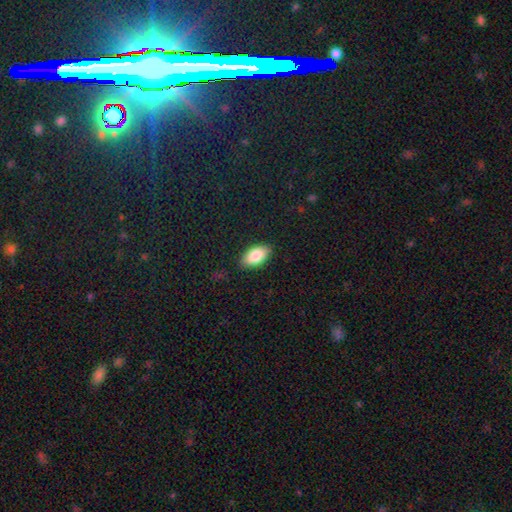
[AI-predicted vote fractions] A smooth galaxy with no disk features (86%) that is in between round and cigar-shaped (94%).

Vote fractions:
- Smooth or featured? smooth: 86% / featured or disk: 8% / star or artifact: 7%
- How rounded? in between: 94% / round: 4% / cigar-shaped: 2%
- Merging? none: 87% / minor disturbance: 10% / major disturbance: 2% / merger: 1%